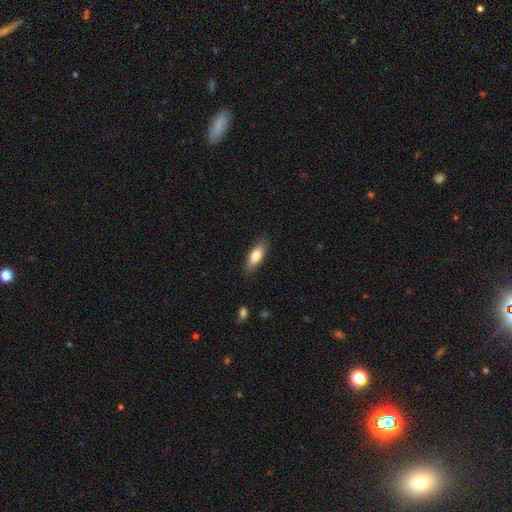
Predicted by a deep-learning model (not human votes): Overall: smooth (78%). How rounded: in between (69%; cigar-shaped 29%). Merging: none (86%).